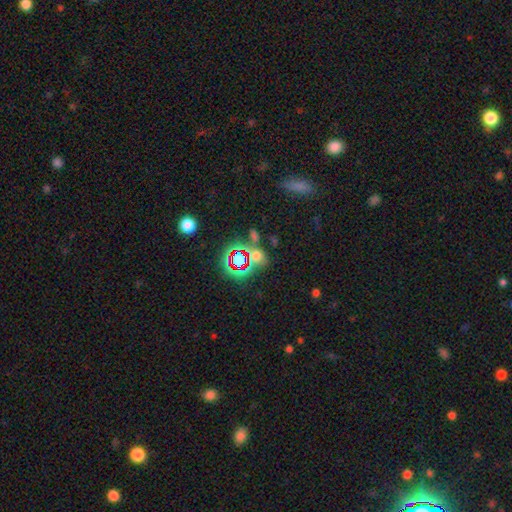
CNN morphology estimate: smooth_or_featured: star or artifact (p=0.50) [alt: smooth p=0.41]